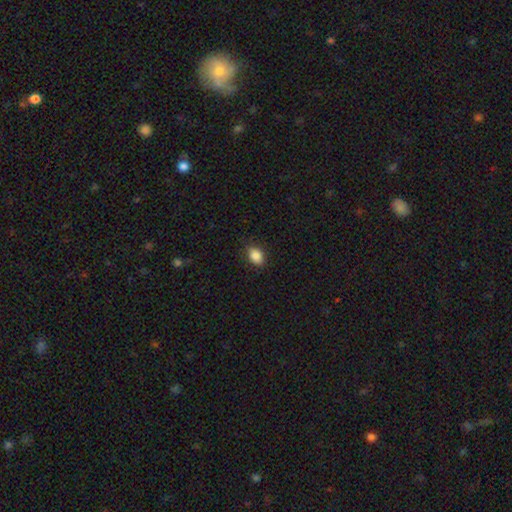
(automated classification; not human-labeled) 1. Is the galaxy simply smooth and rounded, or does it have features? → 85% smooth, 9% star or artifact, 6% featured or disk.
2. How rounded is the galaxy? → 76% in between, 22% round, 1% cigar-shaped.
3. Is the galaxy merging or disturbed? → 85% none, 11% minor disturbance, 2% major disturbance, 1% merger.